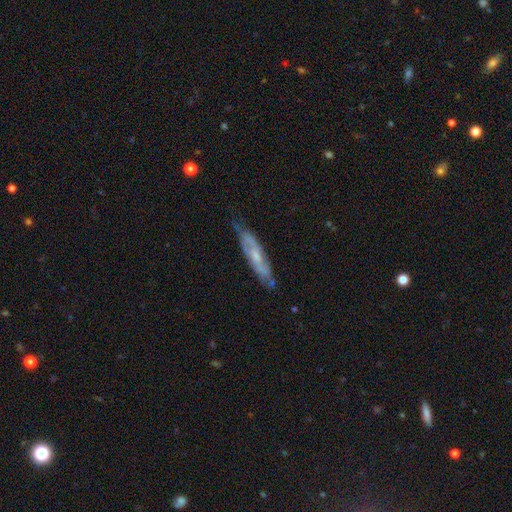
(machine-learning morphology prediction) type=featured or disk (68%); edge-on=no (63%); merging=none (69%).